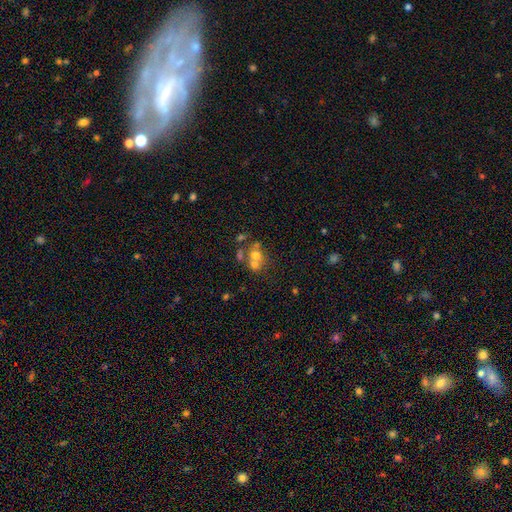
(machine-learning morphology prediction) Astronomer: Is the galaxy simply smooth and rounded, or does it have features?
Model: smooth — 55%.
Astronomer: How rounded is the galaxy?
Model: round — 70%.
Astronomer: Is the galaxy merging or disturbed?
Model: merger — 52% (runner-up: none, 34%).